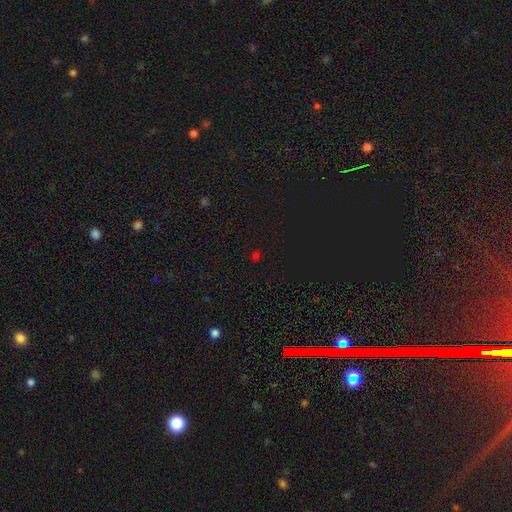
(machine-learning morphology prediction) star or artifact 49%, smooth 45%, featured or disk 5%.